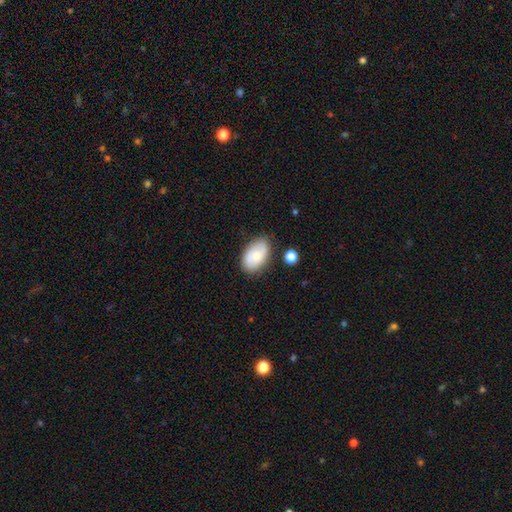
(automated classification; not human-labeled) Smooth or featured? smooth (61%)
How rounded? in between (91%)
Merging? none (78%)